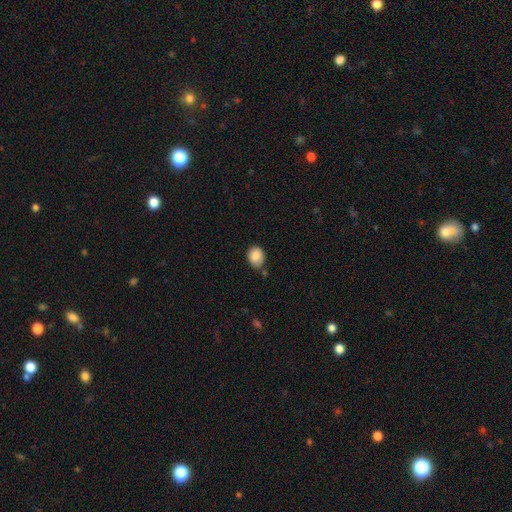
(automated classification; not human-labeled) Smooth or featured? Predicted: smooth (p=0.88). How rounded? Predicted: round (p=0.56). Merging? Predicted: none (p=0.69).